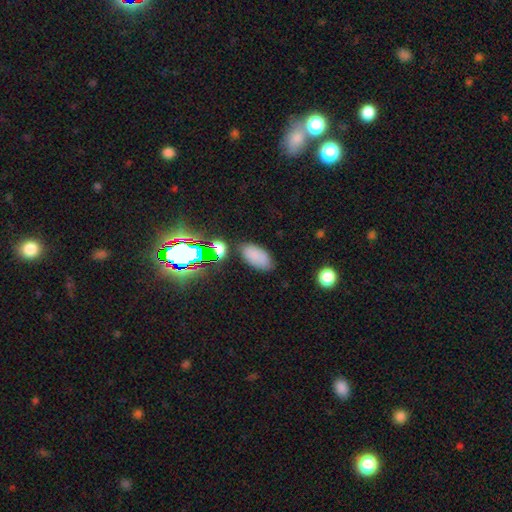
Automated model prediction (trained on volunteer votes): Overall: smooth (77%). How rounded: in between (94%). Merging: none (80%).